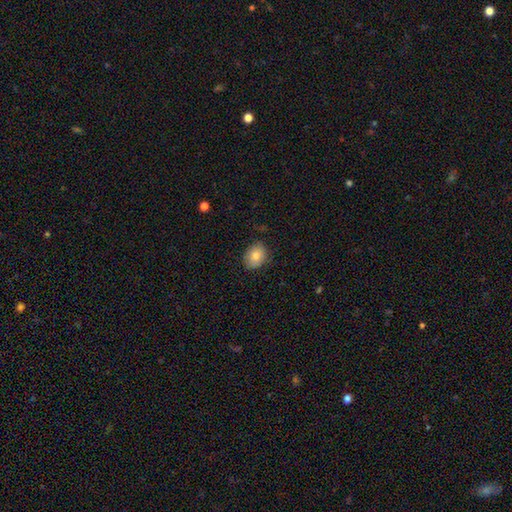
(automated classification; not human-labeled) Smooth or featured?
  - smooth: 81% *
  - featured or disk: 11%
  - star or artifact: 8%
How rounded?
  - in between: 59% *
  - round: 40%
  - cigar-shaped: 1%
Merging?
  - none: 81% *
  - minor disturbance: 15%
  - major disturbance: 3%
  - merger: 1%